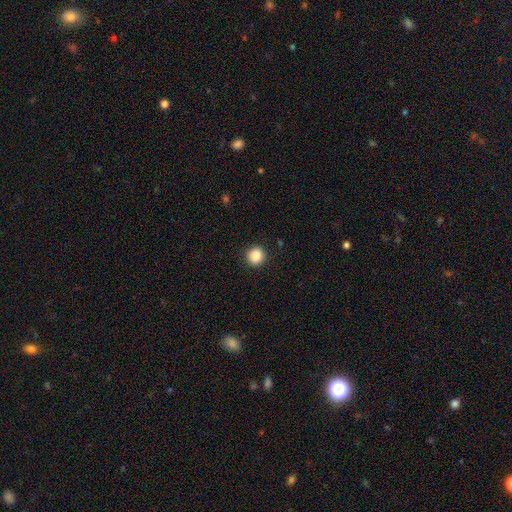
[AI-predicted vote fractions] Morphology: type=smooth (87%); roundness=round (93%); merging=none (92%).